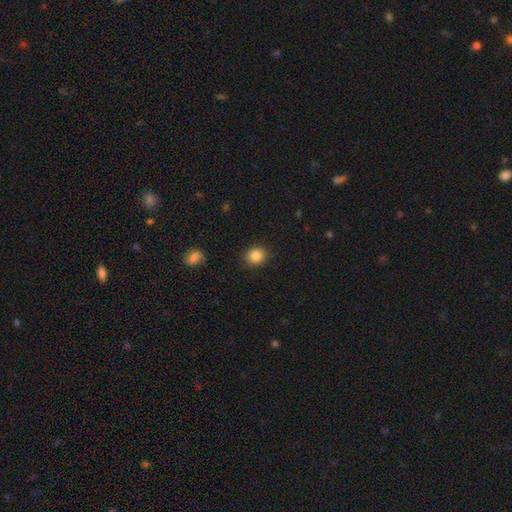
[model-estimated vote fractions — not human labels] Overall: smooth (86%). How rounded: round (76%). Merging: none (89%).